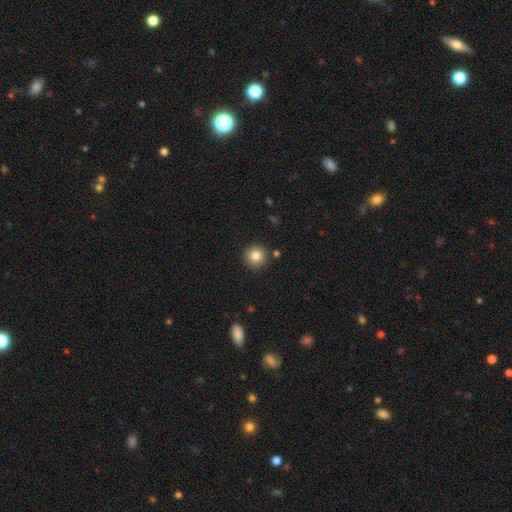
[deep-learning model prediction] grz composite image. It shows a smooth galaxy with no disk features (83%) that is round (95%). Merging: none (89%).